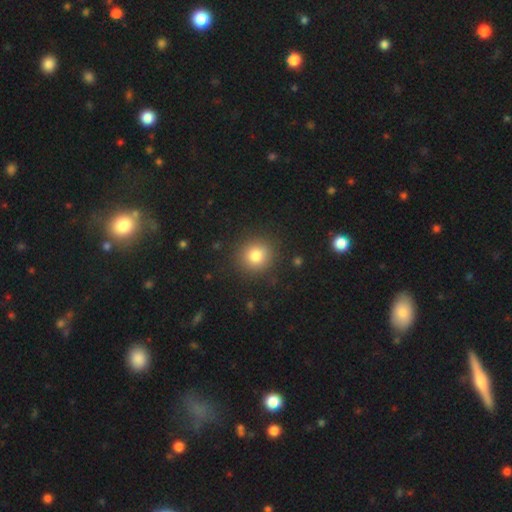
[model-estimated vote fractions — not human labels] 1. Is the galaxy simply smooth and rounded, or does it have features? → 81% smooth, 12% star or artifact, 7% featured or disk.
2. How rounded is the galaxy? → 90% round, 9% in between, 1% cigar-shaped.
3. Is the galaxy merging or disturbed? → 89% none, 7% minor disturbance, 3% major disturbance, 1% merger.